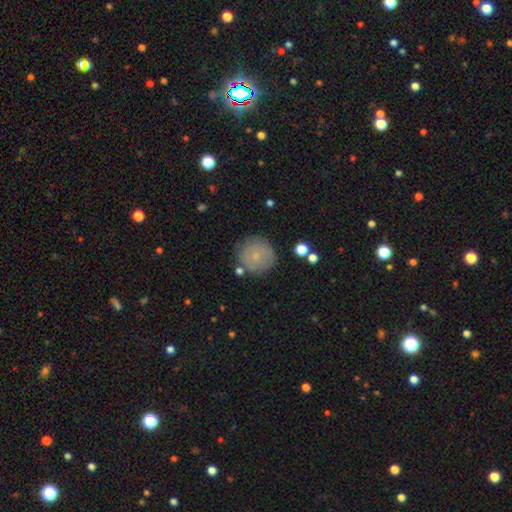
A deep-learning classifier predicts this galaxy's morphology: The model was most divided on "smooth or featured": smooth: 72%, featured or disk: 18%, star or artifact: 9%. More confident: how rounded — round (94%); merging — none (81%).